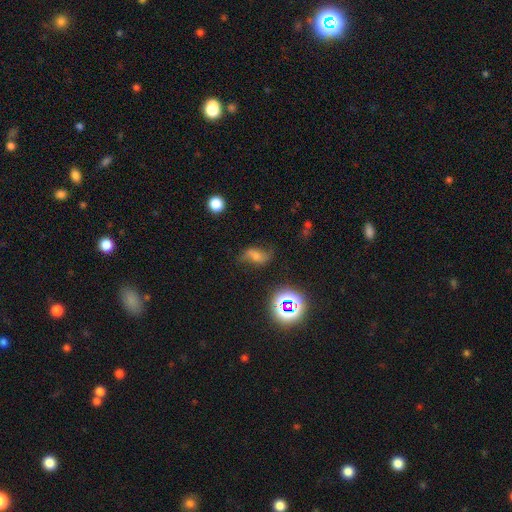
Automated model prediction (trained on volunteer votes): Smooth or featured? Predicted: featured or disk (p=0.46). Merging? Predicted: none (p=0.63).